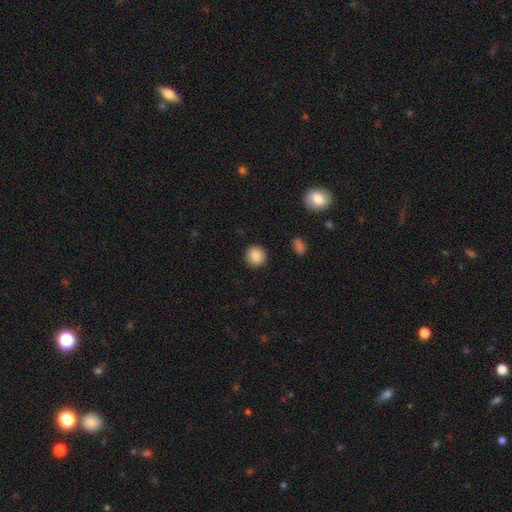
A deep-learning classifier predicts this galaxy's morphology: Smooth or featured? Predicted: smooth (p=0.88). How rounded? Predicted: round (p=0.91). Merging? Predicted: none (p=0.91).